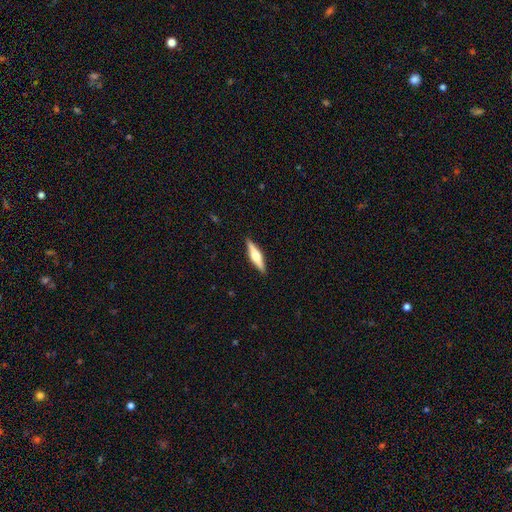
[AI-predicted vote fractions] smooth_or_featured: featured or disk (p=0.58) [alt: smooth p=0.36]
disk_edge_on: yes (p=0.97) [alt: no p=0.03]
edge_on_bulge: rounded (p=0.91) [alt: boxy p=0.06]
merging: none (p=0.91) [alt: minor disturbance p=0.07]